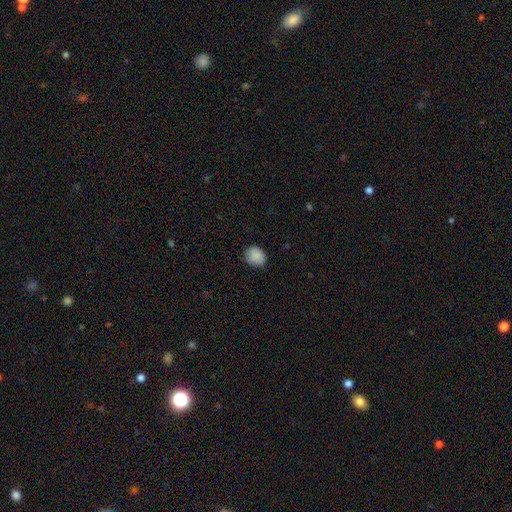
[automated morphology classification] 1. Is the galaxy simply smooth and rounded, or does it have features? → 87% smooth, 8% star or artifact, 5% featured or disk.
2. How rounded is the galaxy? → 62% round, 37% in between, 1% cigar-shaped.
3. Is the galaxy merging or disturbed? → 76% none, 19% minor disturbance, 3% major disturbance, 1% merger.